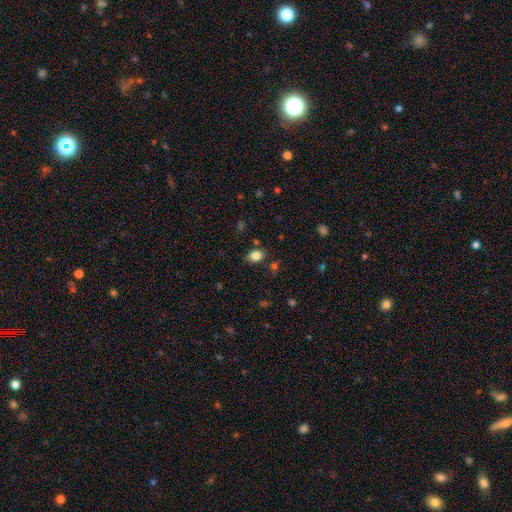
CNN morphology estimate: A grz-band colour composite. It shows a smooth galaxy with no disk features (83%) that is in between round and cigar-shaped (73%). Merging: none (81%).